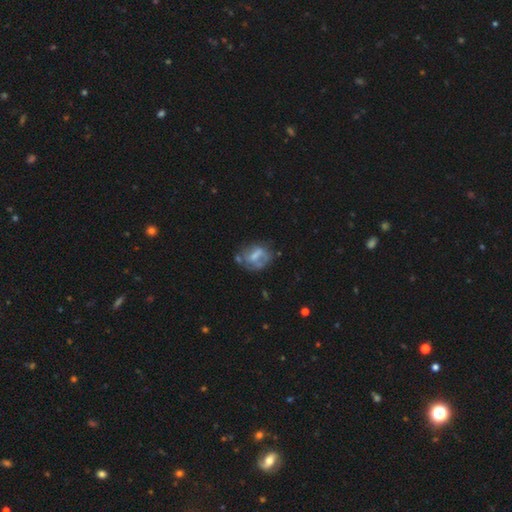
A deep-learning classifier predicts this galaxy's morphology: A featured or disk galaxy (49%).

Vote fractions:
- Smooth or featured? featured or disk: 49% / smooth: 41% / star or artifact: 9%
- Merging? none: 44% / minor disturbance: 26% / major disturbance: 21% / merger: 9%